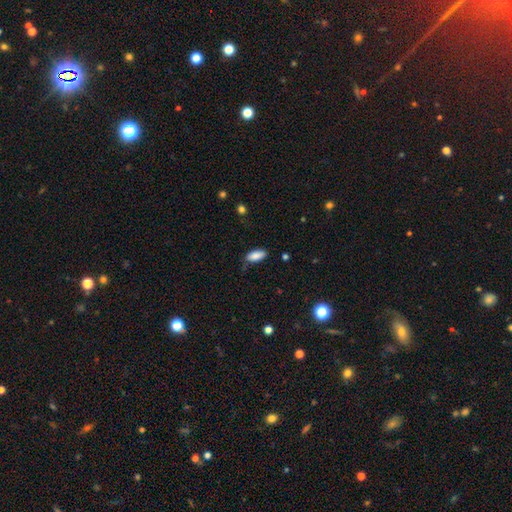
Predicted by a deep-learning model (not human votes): Morphology: type=smooth (87%); roundness=in between (85%); merging=none (76%).